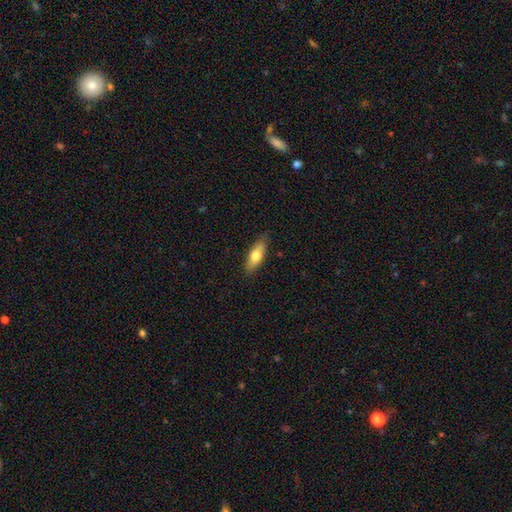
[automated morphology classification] This appears to be a smooth galaxy with no disk features (69%) that is in between round and cigar-shaped (58%). Merging: none (85%).